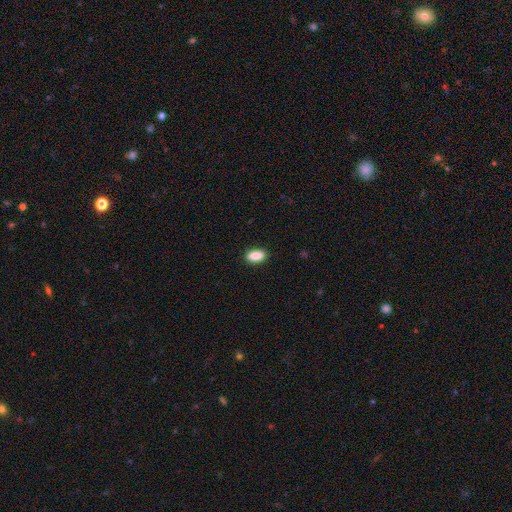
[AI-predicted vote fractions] smooth 90%, star or artifact 7%, featured or disk 3%. Down the decision tree: how rounded — in between (90%); merging — none (89%).